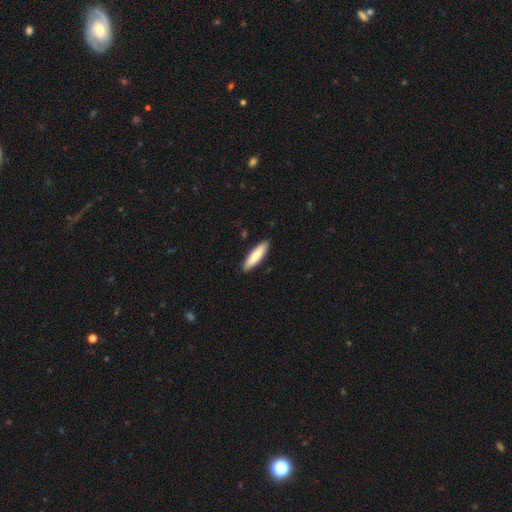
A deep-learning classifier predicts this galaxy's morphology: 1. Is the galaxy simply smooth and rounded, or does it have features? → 79% smooth, 16% featured or disk, 5% star or artifact.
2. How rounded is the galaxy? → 69% cigar-shaped, 30% in between, 1% round.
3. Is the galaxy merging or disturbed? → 89% none, 8% minor disturbance, 2% major disturbance, 1% merger.